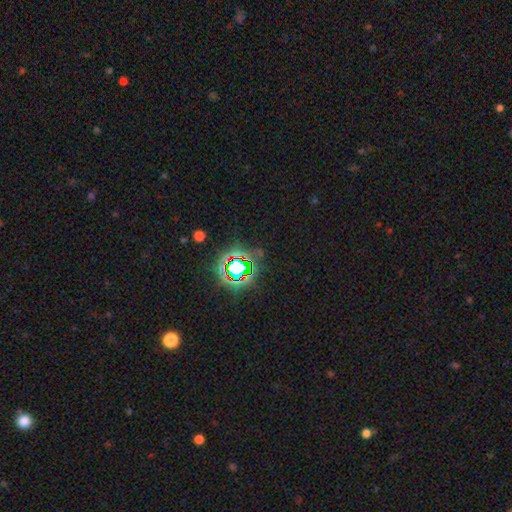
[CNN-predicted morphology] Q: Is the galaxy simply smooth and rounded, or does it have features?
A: star or artifact — 79%.